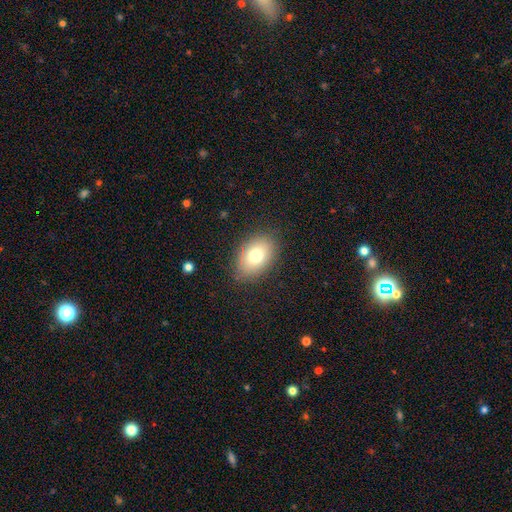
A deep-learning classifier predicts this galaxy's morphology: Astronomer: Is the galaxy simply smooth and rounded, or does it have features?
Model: smooth — 75%.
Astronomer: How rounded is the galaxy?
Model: in between — 84%.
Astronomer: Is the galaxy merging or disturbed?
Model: none — 84%.